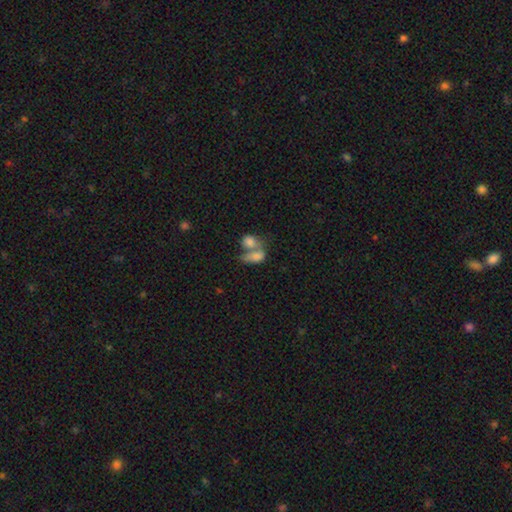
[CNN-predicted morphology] smooth 75%, featured or disk 16%, star or artifact 9%. Down the decision tree: how rounded — in between (81%); merging — merger (71%).